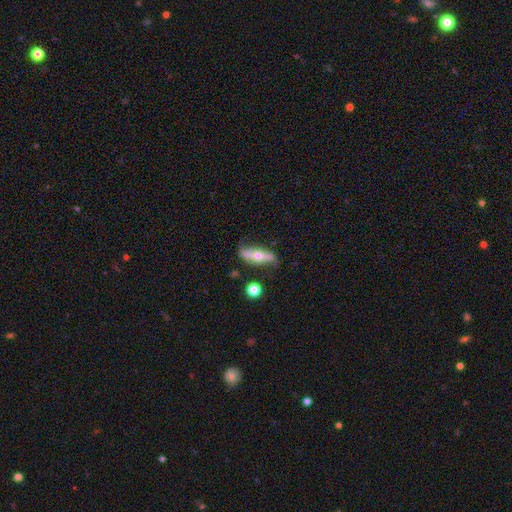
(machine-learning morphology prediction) smooth-or-featured: featured or disk: 62% | smooth: 31% | star or artifact: 6%
  disk-edge-on: yes: 60% | no: 40%
  merging: none: 71% | minor disturbance: 20% | major disturbance: 6% | merger: 3%